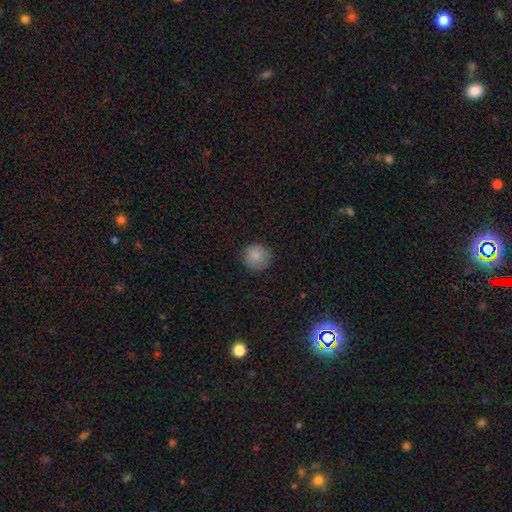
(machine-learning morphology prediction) This appears to be a smooth galaxy with no disk features (86%) that is round (93%). Merging: none (89%).